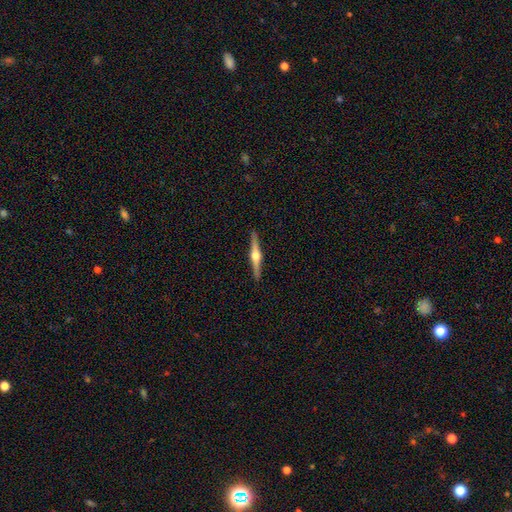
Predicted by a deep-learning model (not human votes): featured or disk 80%, smooth 15%, star or artifact 5%. Down the decision tree: edge-on disk — yes (98%); edge-on bulge — rounded (95%); merging — none (92%).